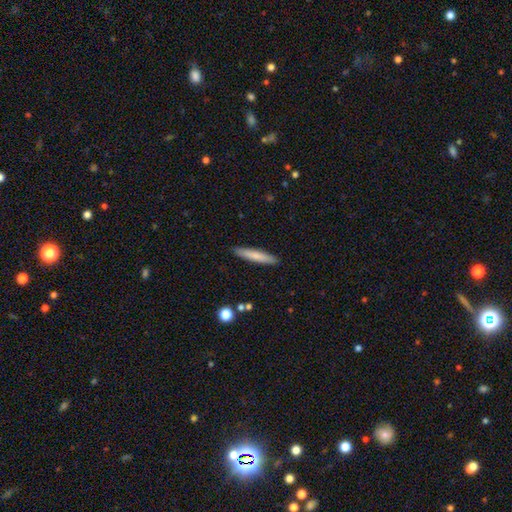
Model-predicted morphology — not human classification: This is likely a smooth galaxy (75%). How rounded: clearly cigar-shaped (92%). Merging: clearly none (91%).